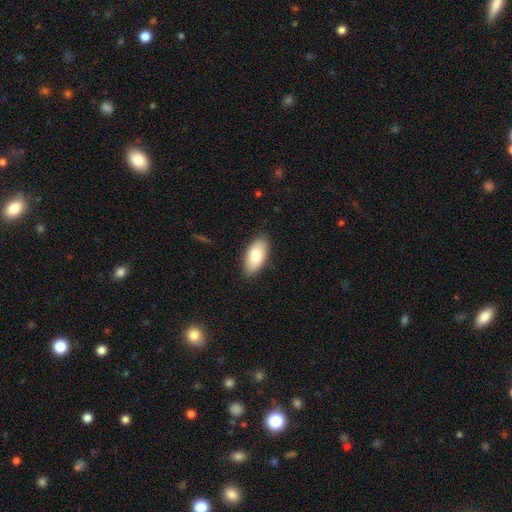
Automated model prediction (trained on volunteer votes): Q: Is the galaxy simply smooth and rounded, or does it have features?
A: smooth — 80%.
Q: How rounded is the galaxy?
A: in between — 93%.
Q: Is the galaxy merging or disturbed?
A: none — 86%.